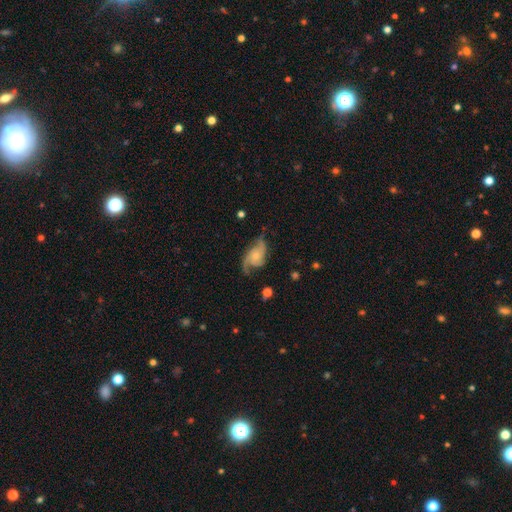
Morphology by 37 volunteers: smooth-or-featured: featured or disk: 78% | smooth: 14% | star or artifact: 8%
  disk-edge-on: no: 100% | yes: 0%
    bar: no: 69% | weak: 21% | strong: 10%
    has-spiral-arms: yes: 97% | no: 3%
      spiral-winding: loose: 46% | medium: 39% | tight: 14%
      spiral-arm-count: 3: 54% | 2: 29% | 1: 11% | can't tell: 7% | 4: 0% | more than 4: 0%
    bulge-size: small: 66% | moderate: 17% | none: 14% | large: 3% | dominant: 0%
  merging: none: 56% | minor disturbance: 21% | major disturbance: 18% | merger: 6%